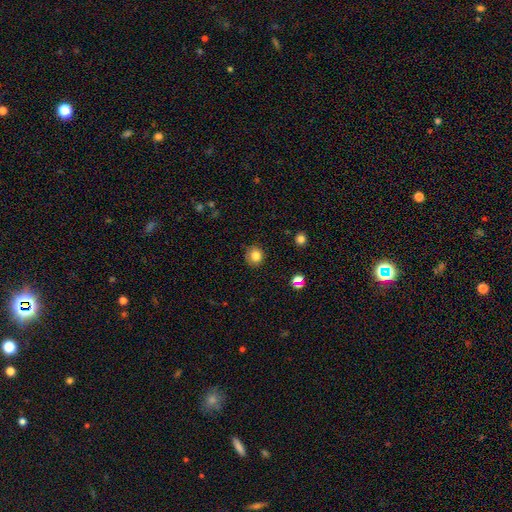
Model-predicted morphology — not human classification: Smooth or featured?
  - smooth: 81% *
  - star or artifact: 12%
  - featured or disk: 7%
How rounded?
  - round: 84% *
  - in between: 15%
  - cigar-shaped: 1%
Merging?
  - none: 83% *
  - minor disturbance: 13%
  - major disturbance: 3%
  - merger: 1%